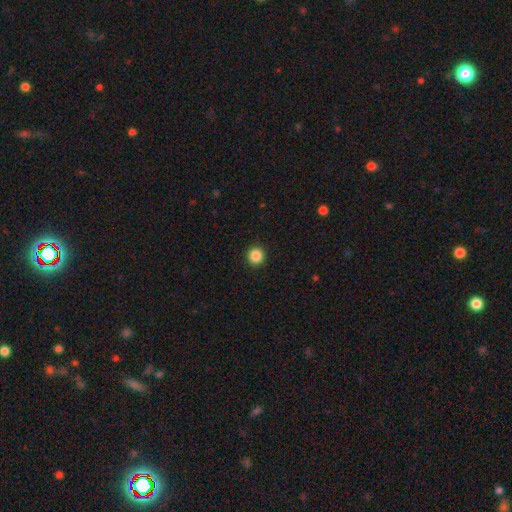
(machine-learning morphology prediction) smooth_or_featured: smooth (p=0.87) [alt: star or artifact p=0.10]
how_rounded: round (p=0.93) [alt: in between p=0.06]
merging: none (p=0.92) [alt: minor disturbance p=0.05]